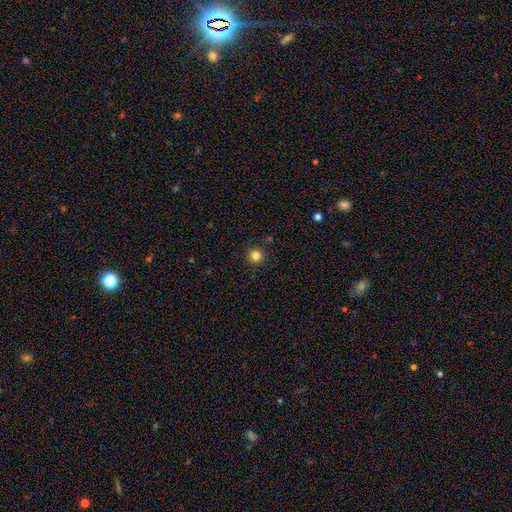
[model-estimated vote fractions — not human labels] smooth-or-featured: smooth: 82% | star or artifact: 14% | featured or disk: 5%
  how-rounded: round: 95% | in between: 4% | cigar-shaped: 1%
  merging: none: 90% | minor disturbance: 6% | merger: 2% | major disturbance: 2%